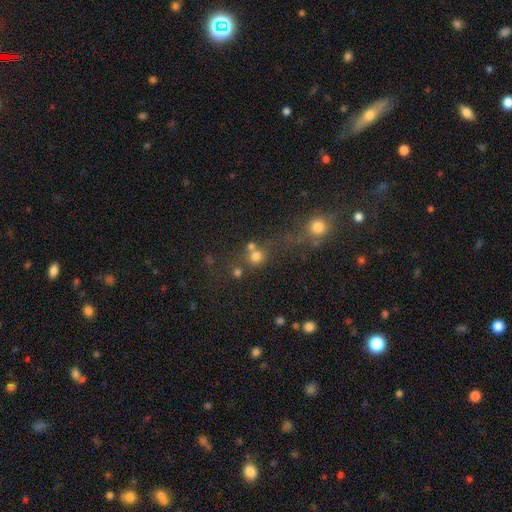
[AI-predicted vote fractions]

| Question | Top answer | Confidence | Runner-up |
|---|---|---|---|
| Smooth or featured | smooth | 72% | star or artifact (19%) |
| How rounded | round | 88% | in between (11%) |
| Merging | none | 55% | merger (29%) |